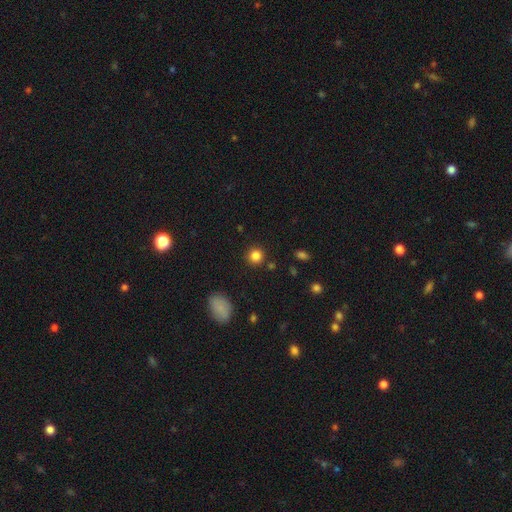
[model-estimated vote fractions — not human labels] Q: Smooth or featured?
A: smooth (83%); runner-up: star or artifact (12%)
Q: How rounded?
A: round (92%); runner-up: in between (7%)
Q: Merging?
A: none (89%); runner-up: minor disturbance (6%)